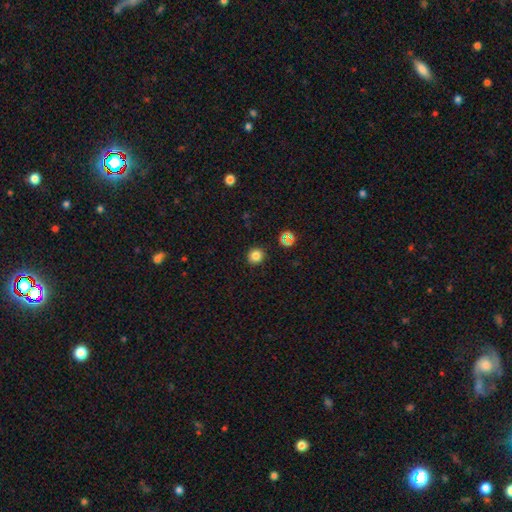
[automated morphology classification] smooth_or_featured: smooth (p=0.80) [alt: star or artifact p=0.15]
how_rounded: round (p=0.90) [alt: in between p=0.09]
merging: none (p=0.91) [alt: minor disturbance p=0.06]